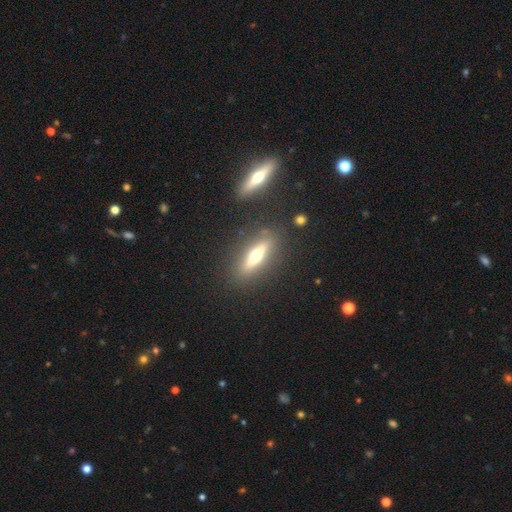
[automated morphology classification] smooth_or_featured: featured or disk (p=0.55) [alt: smooth p=0.36]
disk_edge_on: yes (p=0.84) [alt: no p=0.16]
merging: none (p=0.84) [alt: minor disturbance p=0.09]